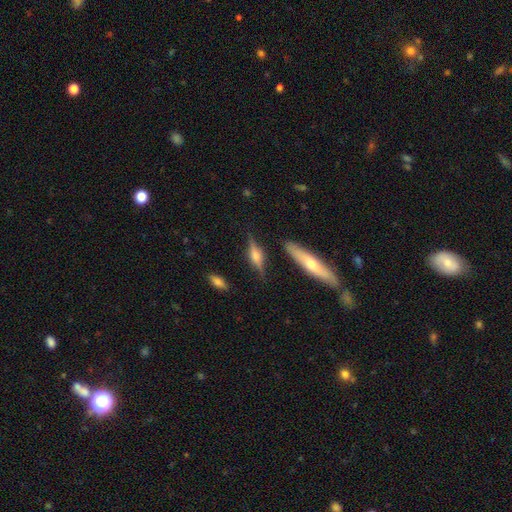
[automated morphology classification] type=featured or disk (65%); edge-on=yes (95%); edge-on bulge=rounded (86%); merging=none (79%).